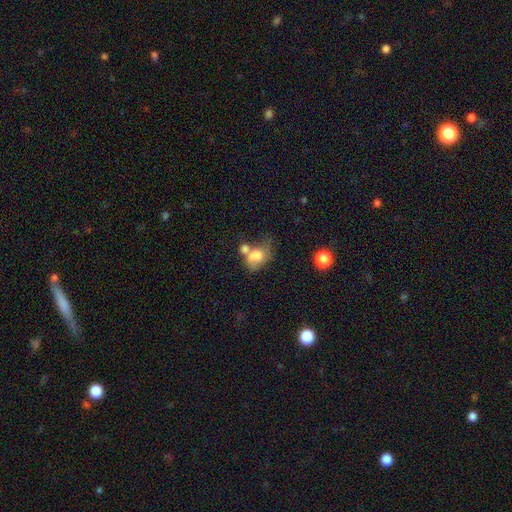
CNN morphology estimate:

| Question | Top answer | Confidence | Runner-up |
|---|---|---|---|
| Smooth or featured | smooth | 66% | featured or disk (23%) |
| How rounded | in between | 68% | round (30%) |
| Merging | merger | 46% | none (21%) |